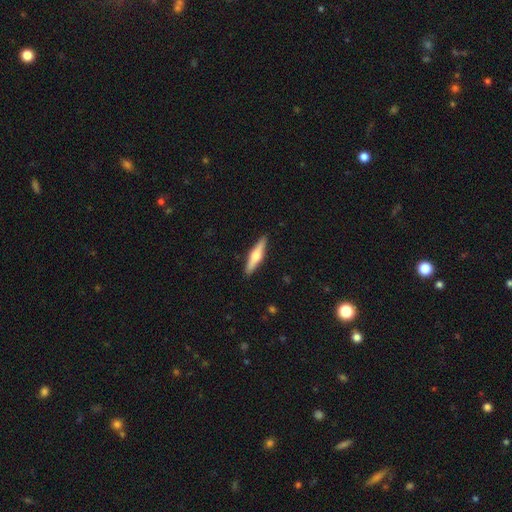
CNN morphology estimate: A featured or disk galaxy (53%) viewed edge-on (96%) with a rounded central bulge (91%).

Vote fractions:
- Smooth or featured? featured or disk: 53% / smooth: 41% / star or artifact: 5%
- Edge-on disk? yes: 96% / no: 4%
- Edge-on bulge? rounded: 91% / boxy: 5% / none: 4%
- Merging? none: 90% / minor disturbance: 7% / major disturbance: 2% / merger: 1%